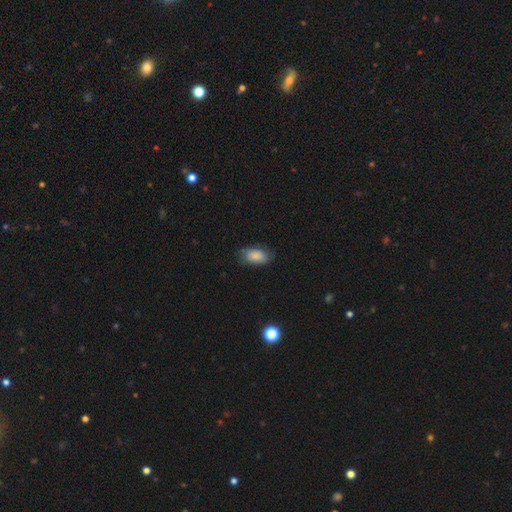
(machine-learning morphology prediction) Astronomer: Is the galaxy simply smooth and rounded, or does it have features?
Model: smooth — 80%.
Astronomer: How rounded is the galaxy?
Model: in between — 92%.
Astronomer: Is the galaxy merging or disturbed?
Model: none — 72%.